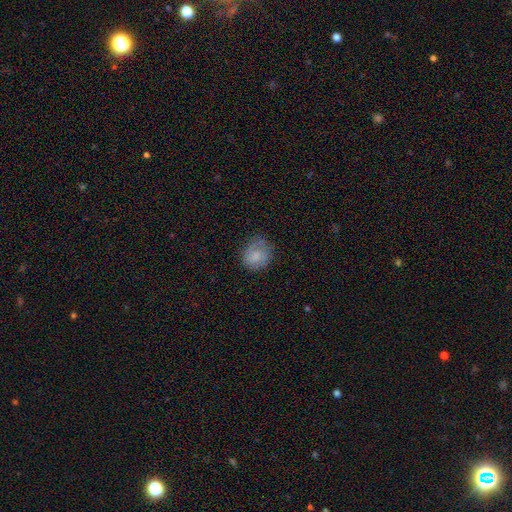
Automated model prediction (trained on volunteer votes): smooth_or_featured: smooth (p=0.74) [alt: featured or disk p=0.18]
how_rounded: round (p=0.77) [alt: in between p=0.22]
merging: none (p=0.66) [alt: minor disturbance p=0.23]